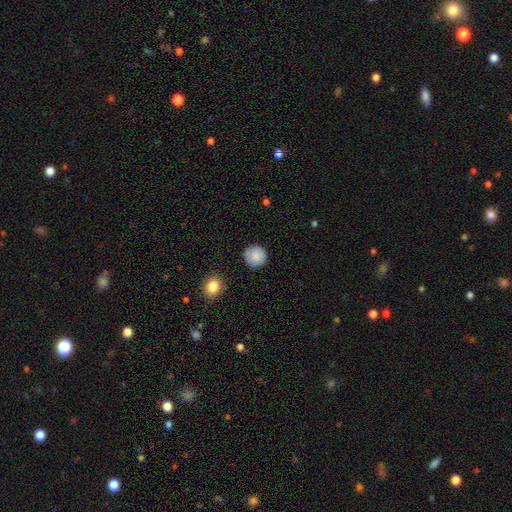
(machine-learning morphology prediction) This appears to be a smooth galaxy with no disk features (85%) that is round (94%). Merging: none (88%).